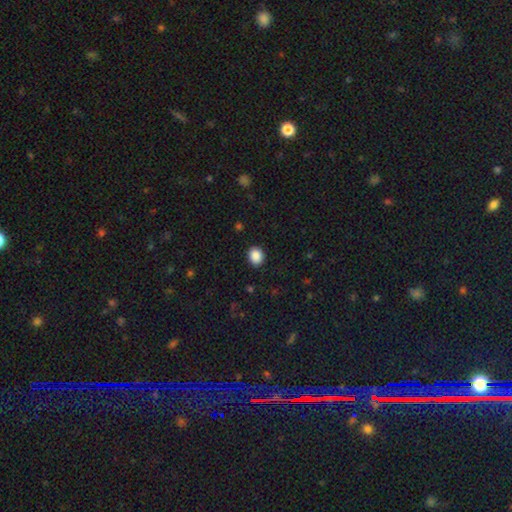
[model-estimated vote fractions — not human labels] Smooth or featured? smooth (88%)
How rounded? round (64%)
Merging? none (90%)